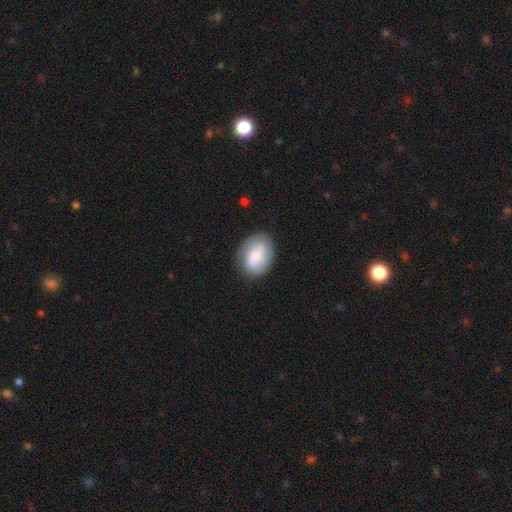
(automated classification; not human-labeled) Smooth or featured? smooth (58%)
How rounded? in between (69%)
Merging? none (77%)